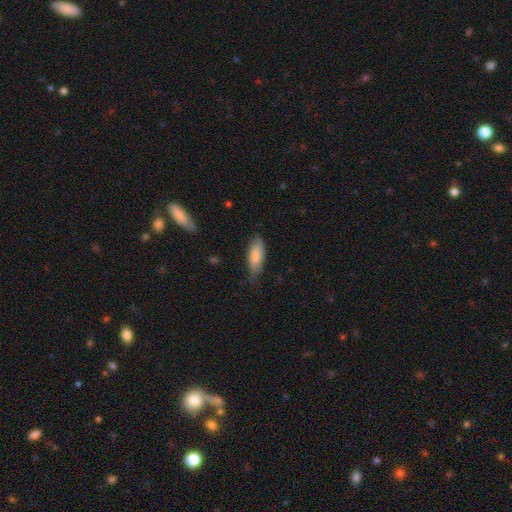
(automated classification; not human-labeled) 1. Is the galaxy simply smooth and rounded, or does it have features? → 80% smooth, 14% featured or disk, 6% star or artifact.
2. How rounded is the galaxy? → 70% in between, 29% cigar-shaped, 2% round.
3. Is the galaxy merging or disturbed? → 60% none, 32% minor disturbance, 6% major disturbance, 2% merger.